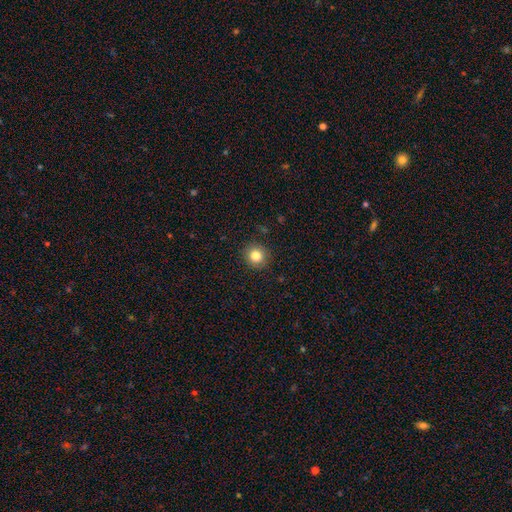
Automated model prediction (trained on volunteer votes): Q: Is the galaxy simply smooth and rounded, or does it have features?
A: smooth — 83%.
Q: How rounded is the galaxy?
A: round — 92%.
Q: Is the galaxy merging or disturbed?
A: none — 91%.